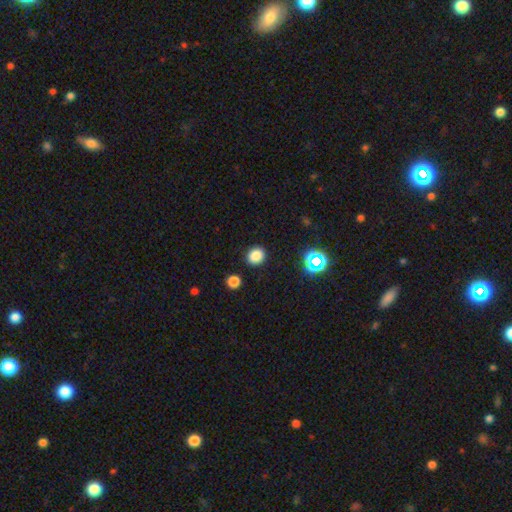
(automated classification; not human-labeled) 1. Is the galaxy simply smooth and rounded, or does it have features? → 82% smooth, 13% star or artifact, 4% featured or disk.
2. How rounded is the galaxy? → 66% round, 33% in between, 1% cigar-shaped.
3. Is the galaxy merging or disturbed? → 89% none, 7% minor disturbance, 2% major disturbance, 2% merger.